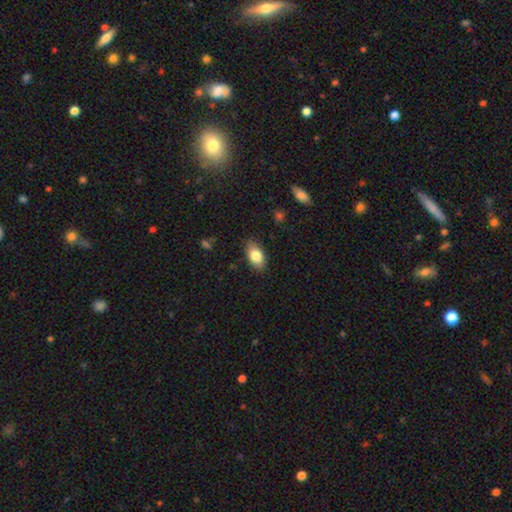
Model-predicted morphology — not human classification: The model was most divided on "smooth or featured": smooth: 83%, featured or disk: 10%, star or artifact: 7%. More confident: how rounded — in between (92%); merging — none (85%).